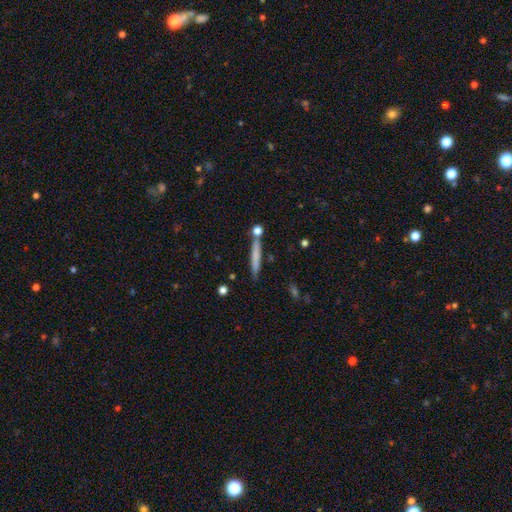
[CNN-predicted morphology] Smooth or featured: smooth — 66% (featured or disk — 27%)
How rounded: cigar-shaped — 95% (in between — 3%)
Merging: none — 80% (minor disturbance — 10%)